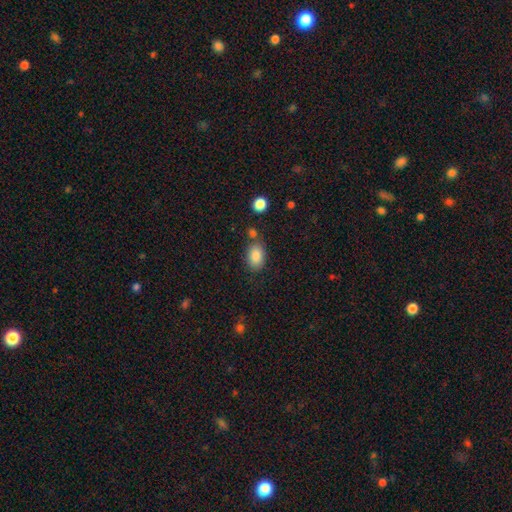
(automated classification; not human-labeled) Overall: smooth (86%). How rounded: in between (86%). Merging: none (70%).